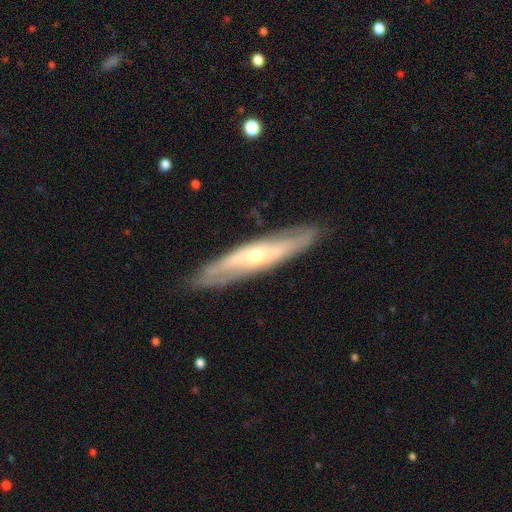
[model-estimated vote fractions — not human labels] Smooth or featured? featured or disk (70%)
Edge-on disk? yes (55%)
Merging? none (85%)